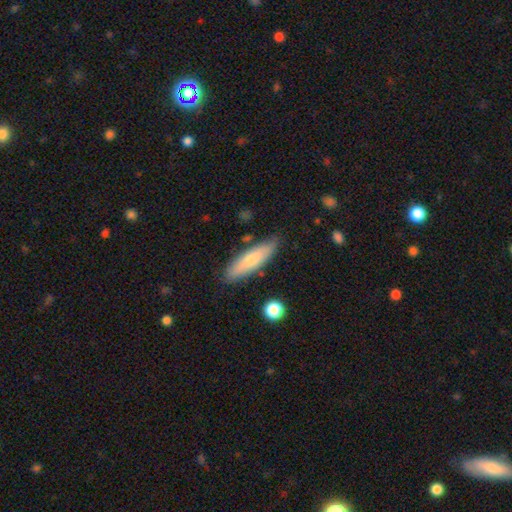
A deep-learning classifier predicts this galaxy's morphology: This appears to be a smooth galaxy with no disk features (72%) that is cigar-shaped (59%). Merging: none (79%).